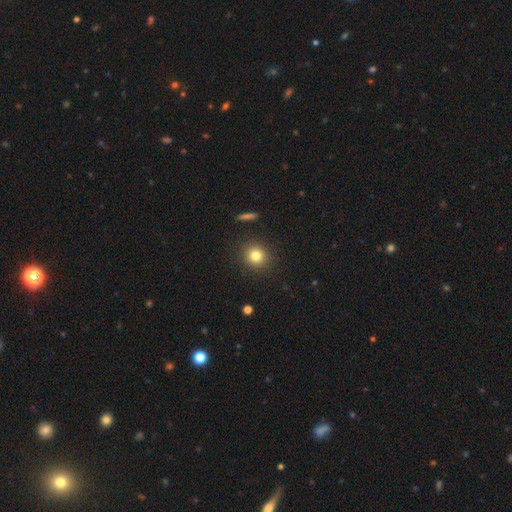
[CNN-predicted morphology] Overall: smooth (80%). How rounded: round (91%). Merging: none (91%).